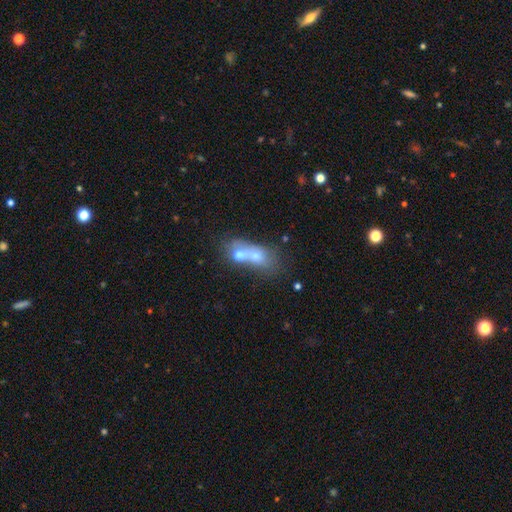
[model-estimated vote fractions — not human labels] Overall: smooth (59%; featured or disk 31%). How rounded: in between (64%; round 27%). Merging: merger (77%).